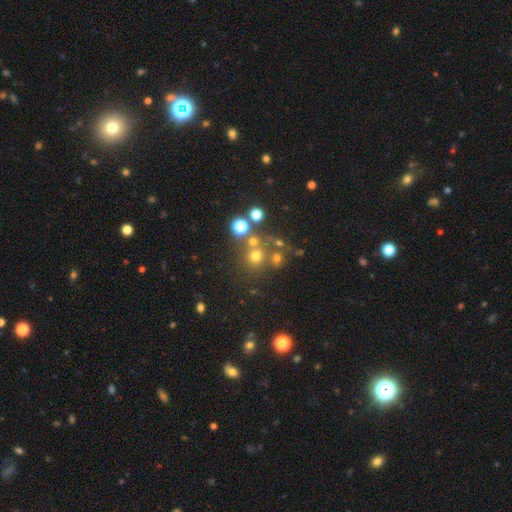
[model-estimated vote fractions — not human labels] Overall: smooth (63%; star or artifact 25%). How rounded: round (89%). Merging: none (65%).